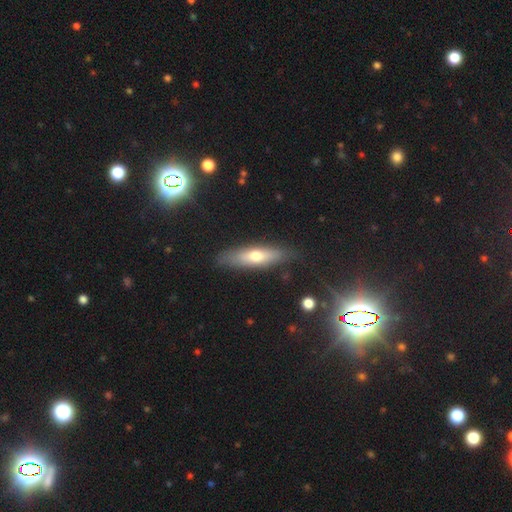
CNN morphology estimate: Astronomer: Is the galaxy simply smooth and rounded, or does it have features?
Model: smooth — 58% (runner-up: featured or disk, 36%).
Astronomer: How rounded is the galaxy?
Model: cigar-shaped — 60% (runner-up: in between, 38%).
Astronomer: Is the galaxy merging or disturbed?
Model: none — 81%.